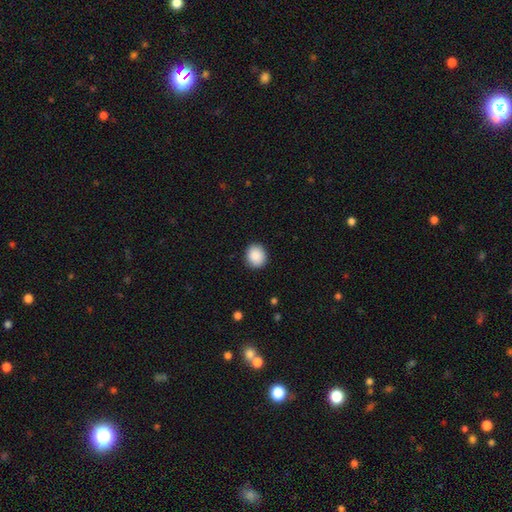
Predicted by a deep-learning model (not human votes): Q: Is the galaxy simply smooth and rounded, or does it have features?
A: smooth — 90%.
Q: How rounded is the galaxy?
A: round — 81%.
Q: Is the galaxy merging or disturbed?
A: none — 90%.